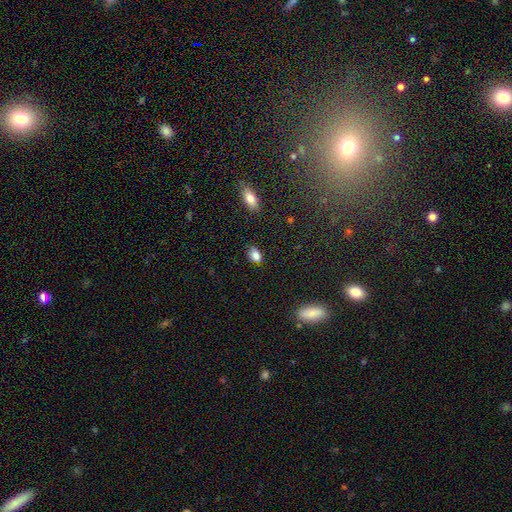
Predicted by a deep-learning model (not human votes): Morphology: type=smooth (84%); roundness=in between (79%); merging=none (78%).